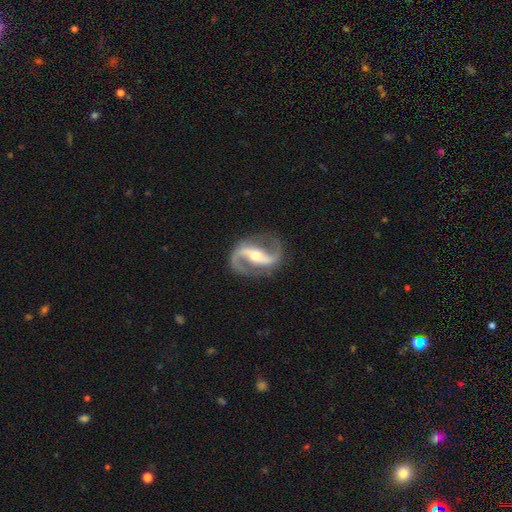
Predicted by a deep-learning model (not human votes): A featured or disk galaxy (92%) with a strong bar (55%), 2 (94%) medium (48%) spiral arms (98%) and a moderate central bulge (56%). Merging: none (85%).